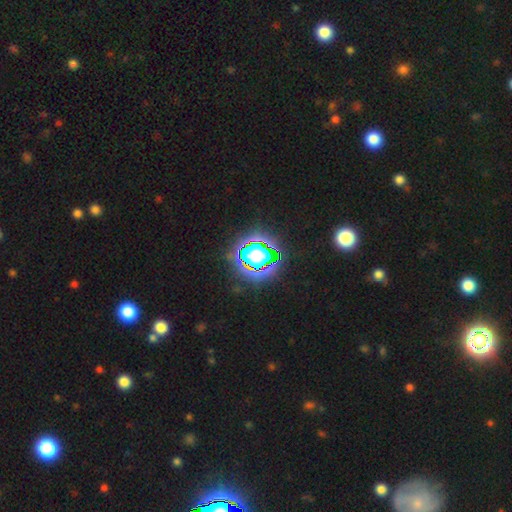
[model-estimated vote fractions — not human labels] Smooth or featured? Predicted: star or artifact (p=0.63).